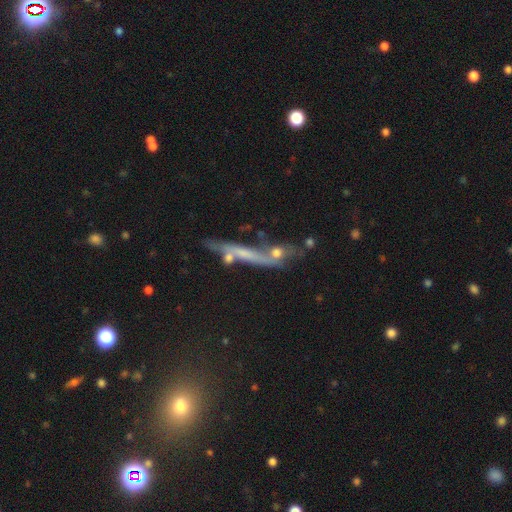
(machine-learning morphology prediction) Q: Smooth or featured?
A: featured or disk (52%); runner-up: smooth (26%)
Q: Edge-on disk?
A: yes (52%); runner-up: no (48%)
Q: Merging?
A: none (37%); runner-up: merger (31%)